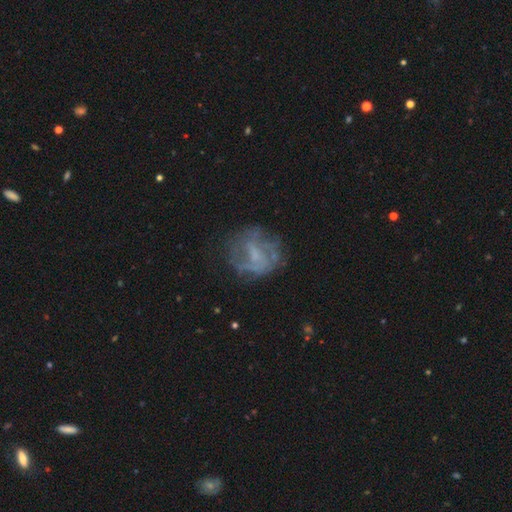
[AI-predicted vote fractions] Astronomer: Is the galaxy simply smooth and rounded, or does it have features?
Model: featured or disk — 63%.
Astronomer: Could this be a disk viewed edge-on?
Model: no — 97%.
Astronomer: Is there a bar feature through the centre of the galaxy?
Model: no — 51% (runner-up: weak, 39%).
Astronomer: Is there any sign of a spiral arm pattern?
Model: yes — 52% (runner-up: no, 48%).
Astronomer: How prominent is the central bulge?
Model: none — 40% (runner-up: small, 35%).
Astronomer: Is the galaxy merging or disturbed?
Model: none — 62%.